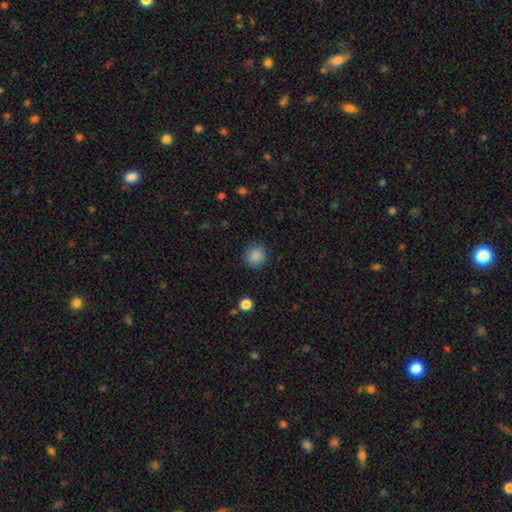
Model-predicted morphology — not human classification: Smooth or featured: smooth — 87% (star or artifact — 10%)
How rounded: round — 90% (in between — 9%)
Merging: none — 89% (minor disturbance — 8%)